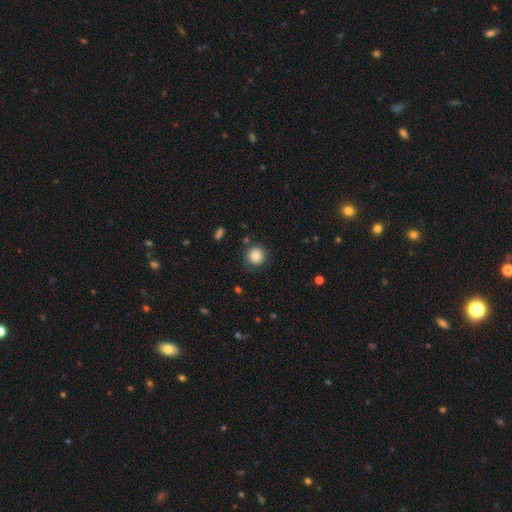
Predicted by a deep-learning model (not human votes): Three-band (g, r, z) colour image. It shows a smooth galaxy with no disk features (84%) that is round (93%). Merging: none (82%).